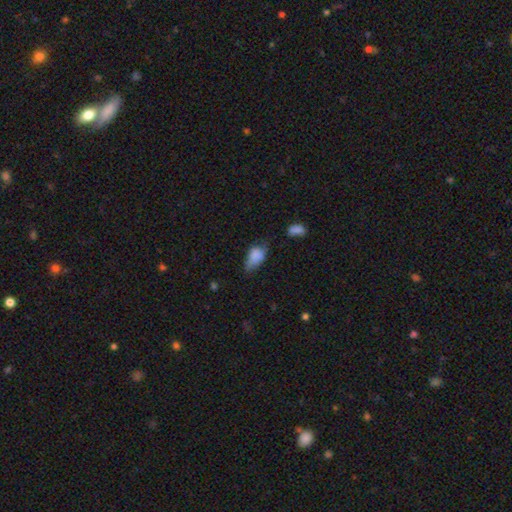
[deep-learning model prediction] Smooth or featured: smooth — 77% (featured or disk — 13%)
How rounded: in between — 88% (round — 7%)
Merging: minor disturbance — 40% (none — 31%)